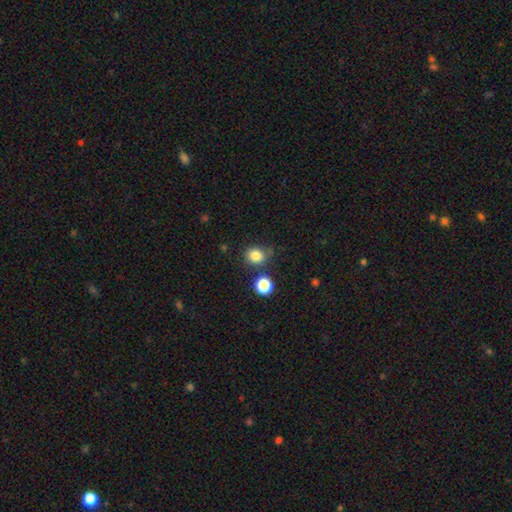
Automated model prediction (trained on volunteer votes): Smooth or featured? smooth (83%)
How rounded? round (76%)
Merging? none (74%)